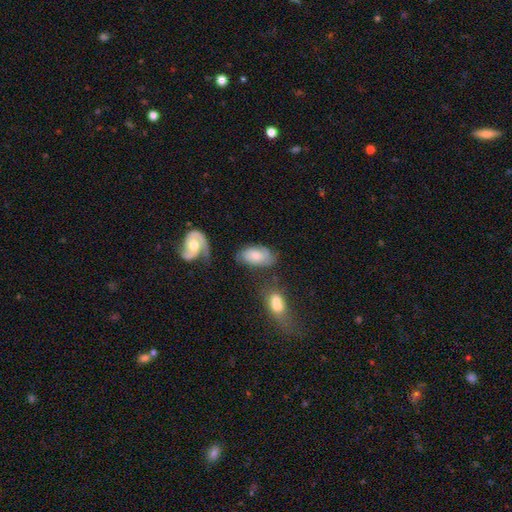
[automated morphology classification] Q: Smooth or featured?
A: featured or disk (49%); runner-up: smooth (44%)
Q: Merging?
A: none (57%); runner-up: minor disturbance (24%)